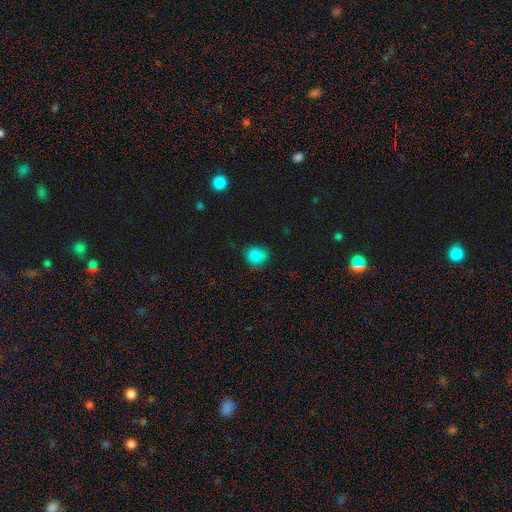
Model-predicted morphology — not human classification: Smooth or featured?
  - smooth: 85% *
  - star or artifact: 11%
  - featured or disk: 4%
How rounded?
  - round: 68% *
  - in between: 31%
  - cigar-shaped: 1%
Merging?
  - none: 71% *
  - minor disturbance: 22%
  - major disturbance: 5%
  - merger: 2%